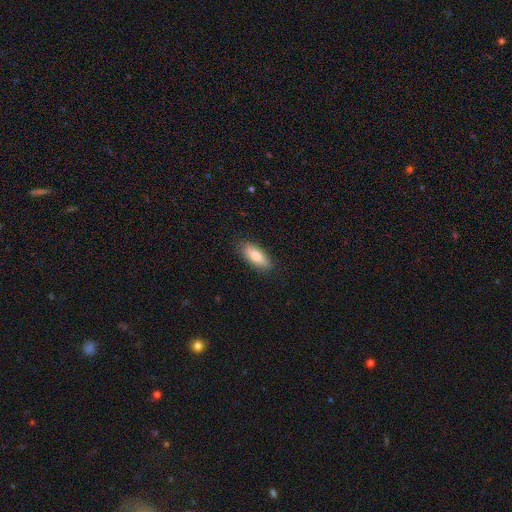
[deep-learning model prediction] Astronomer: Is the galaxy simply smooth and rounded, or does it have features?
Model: smooth — 77%.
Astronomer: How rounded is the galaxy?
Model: in between — 74%.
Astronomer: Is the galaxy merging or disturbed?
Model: none — 86%.